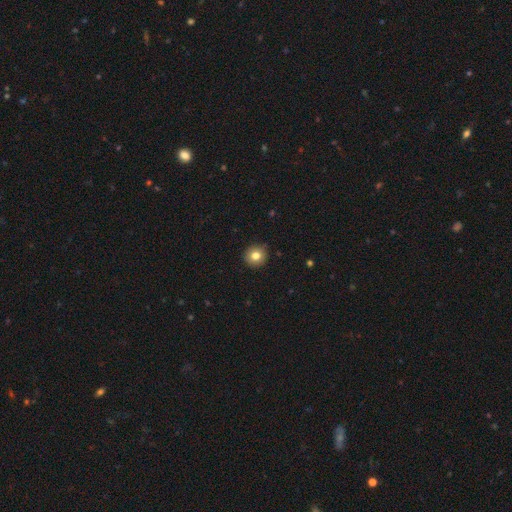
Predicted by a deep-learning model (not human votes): Smooth or featured?
  - smooth: 81% *
  - star or artifact: 10%
  - featured or disk: 9%
How rounded?
  - round: 93% *
  - in between: 6%
  - cigar-shaped: 1%
Merging?
  - none: 90% *
  - minor disturbance: 7%
  - major disturbance: 2%
  - merger: 1%